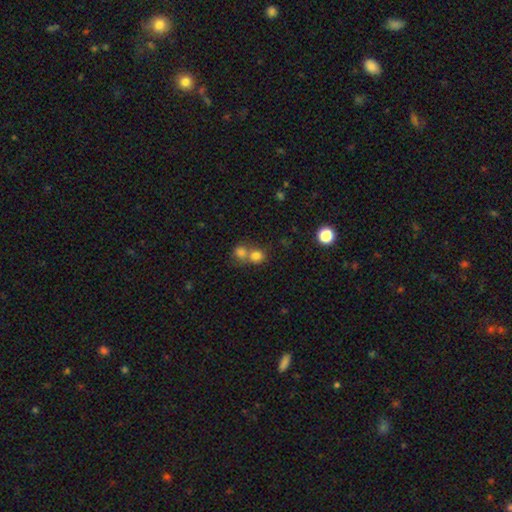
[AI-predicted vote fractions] Overall: smooth (78%). How rounded: round (82%). Merging: merger (50%; none 41%).